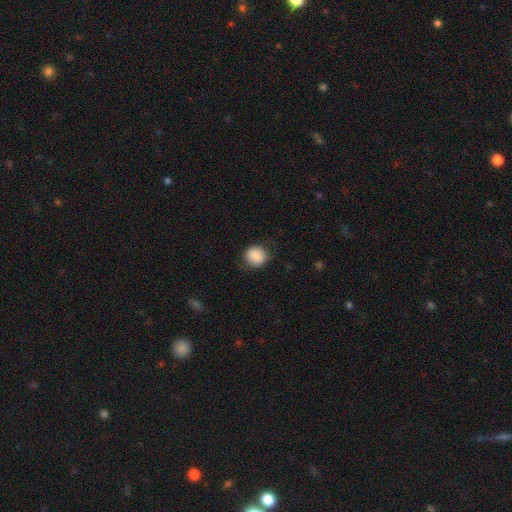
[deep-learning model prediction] The model was most divided on "how rounded": round: 80%, in between: 20%, cigar-shaped: 1%. More confident: smooth or featured — smooth (87%); merging — none (80%).